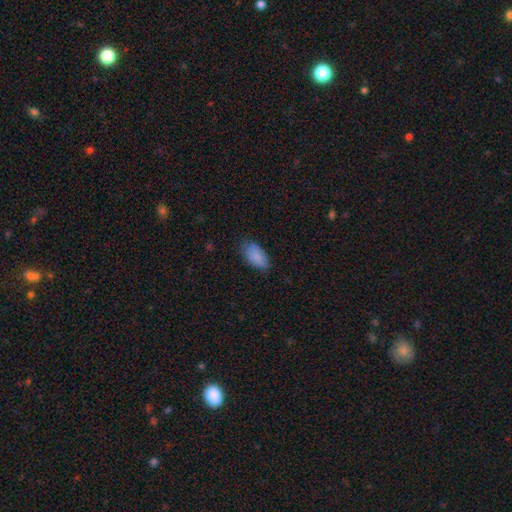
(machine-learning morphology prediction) Overall: smooth (87%). How rounded: in between (94%). Merging: none (73%).